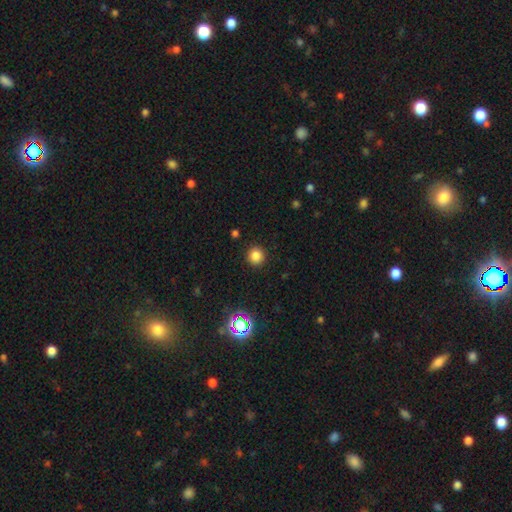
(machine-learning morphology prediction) Q: Smooth or featured?
A: smooth (82%); runner-up: star or artifact (14%)
Q: How rounded?
A: round (93%); runner-up: in between (6%)
Q: Merging?
A: none (91%); runner-up: minor disturbance (5%)